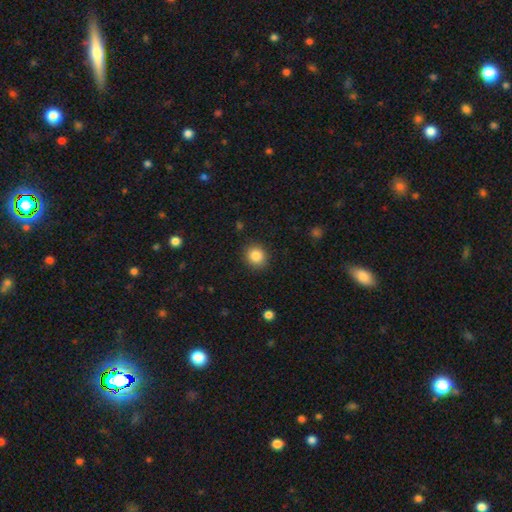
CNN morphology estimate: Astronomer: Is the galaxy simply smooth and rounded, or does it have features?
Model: smooth — 86%.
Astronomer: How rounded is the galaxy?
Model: round — 79%.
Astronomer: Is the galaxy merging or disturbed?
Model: none — 89%.